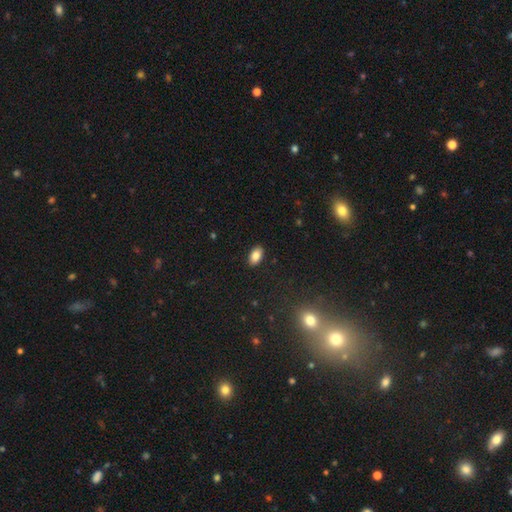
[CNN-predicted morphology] A smooth galaxy with no disk features (85%) that is in between round and cigar-shaped (92%). Merging: none (89%).